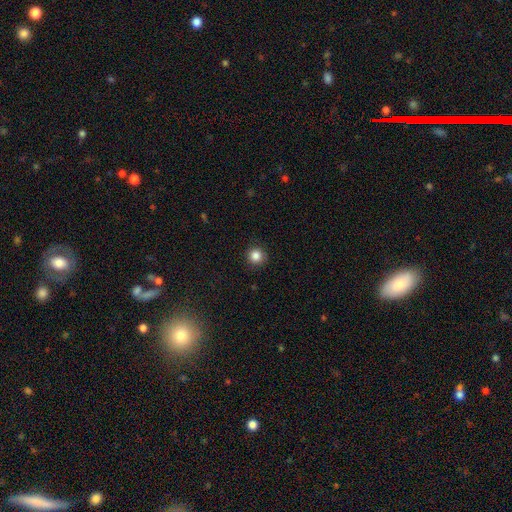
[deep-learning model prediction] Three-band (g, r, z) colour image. It shows a smooth galaxy with no disk features (85%) that is round (94%). Merging: none (90%).